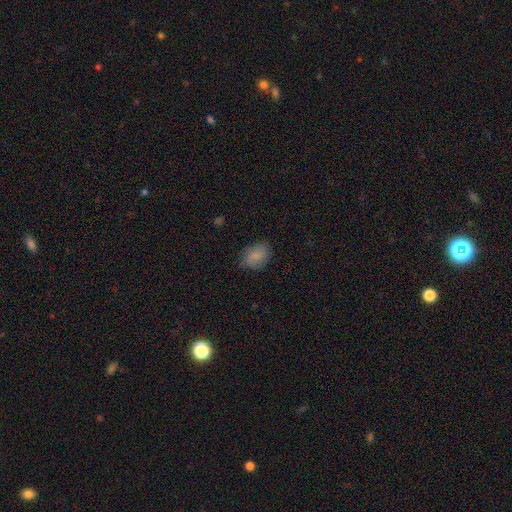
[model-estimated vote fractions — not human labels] This is clearly a smooth galaxy (84%). How rounded: likely in between (74%). Merging: likely none (76%).